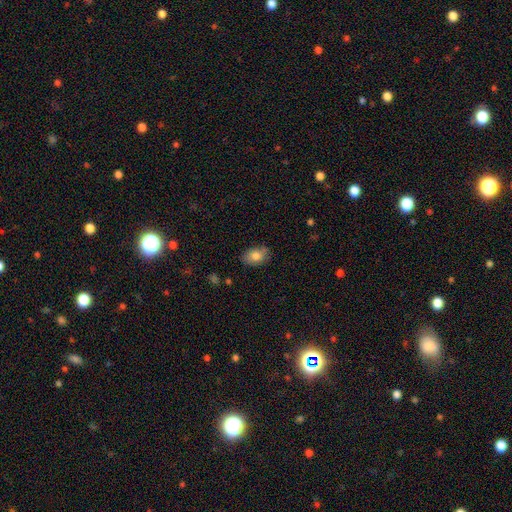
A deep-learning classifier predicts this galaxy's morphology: type=smooth (80%); roundness=in between (84%); merging=none (77%).